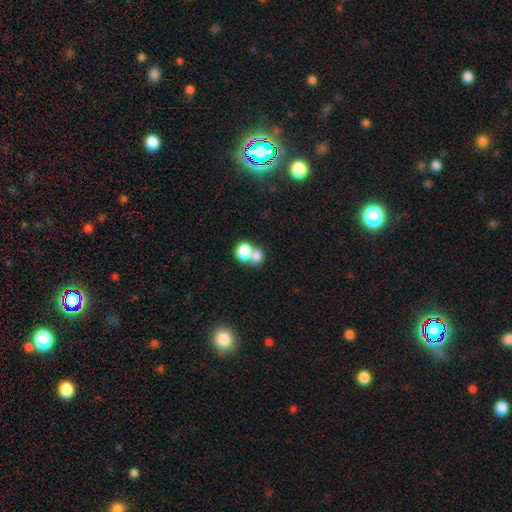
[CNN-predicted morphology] Smooth or featured?
  - smooth: 77% *
  - featured or disk: 12%
  - star or artifact: 11%
How rounded?
  - round: 59% *
  - in between: 40%
  - cigar-shaped: 1%
Merging?
  - merger: 62% *
  - none: 29%
  - minor disturbance: 6%
  - major disturbance: 3%